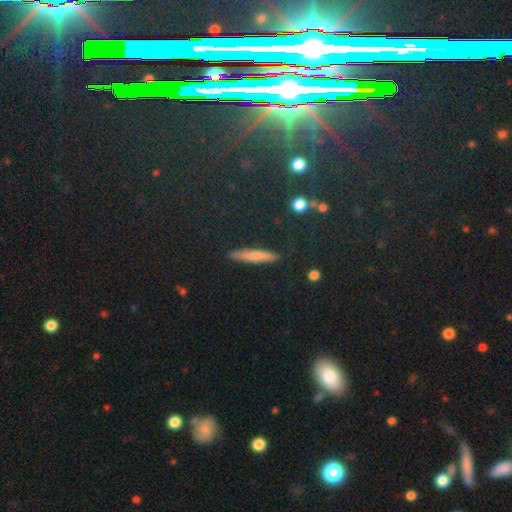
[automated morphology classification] Smooth or featured? smooth (65%)
How rounded? cigar-shaped (89%)
Merging? none (87%)